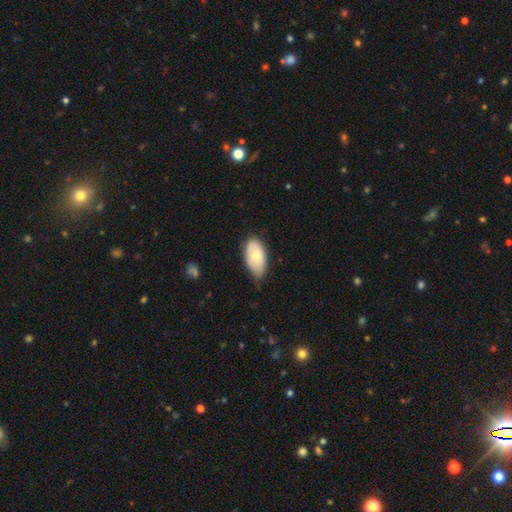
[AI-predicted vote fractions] smooth-or-featured: smooth: 68% | featured or disk: 26% | star or artifact: 6%
  how-rounded: in between: 94% | round: 4% | cigar-shaped: 2%
  merging: none: 59% | minor disturbance: 35% | major disturbance: 5% | merger: 2%